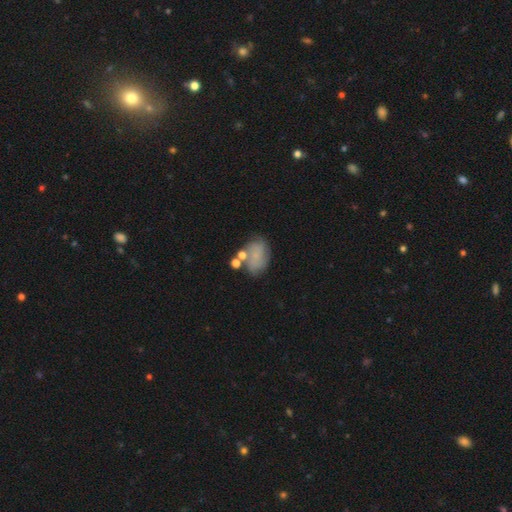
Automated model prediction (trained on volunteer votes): This appears to be a smooth galaxy with no disk features (57%) that is in between round and cigar-shaped (76%). Merging: none (53%).